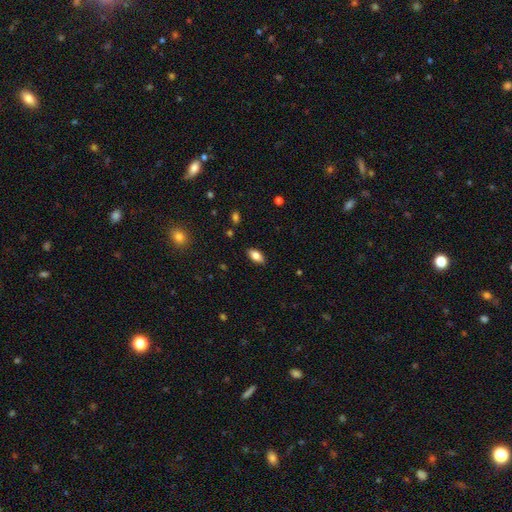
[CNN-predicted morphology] Overall: smooth (82%). How rounded: in between (91%). Merging: none (88%).